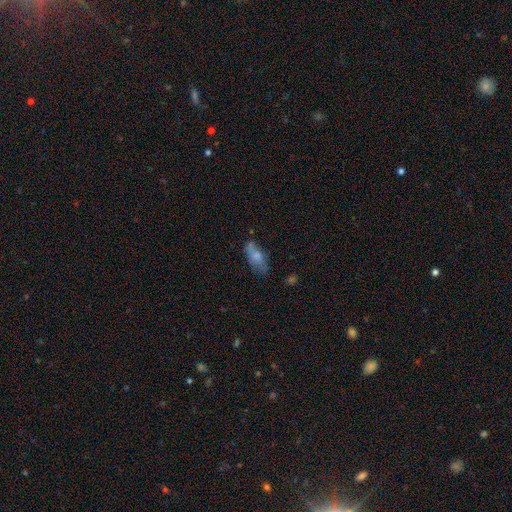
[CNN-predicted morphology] A smooth galaxy with no disk features (68%) that is in between round and cigar-shaped (84%).

Vote fractions:
- Smooth or featured? smooth: 68% / featured or disk: 24% / star or artifact: 8%
- How rounded? in between: 84% / cigar-shaped: 13% / round: 3%
- Merging? none: 53% / minor disturbance: 29% / major disturbance: 12% / merger: 6%